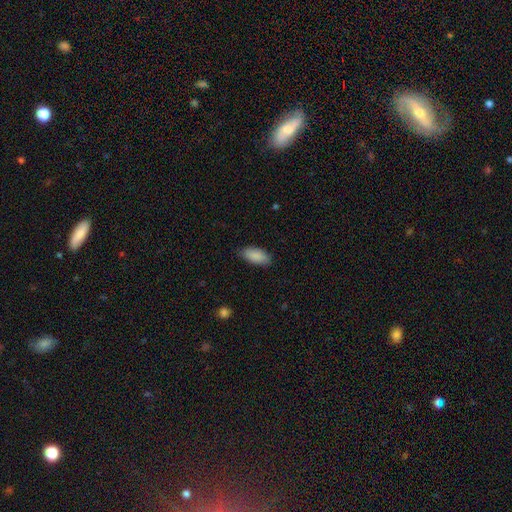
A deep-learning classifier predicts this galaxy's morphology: Q: Smooth or featured?
A: smooth (88%); runner-up: star or artifact (6%)
Q: How rounded?
A: in between (89%); runner-up: cigar-shaped (10%)
Q: Merging?
A: none (83%); runner-up: minor disturbance (14%)